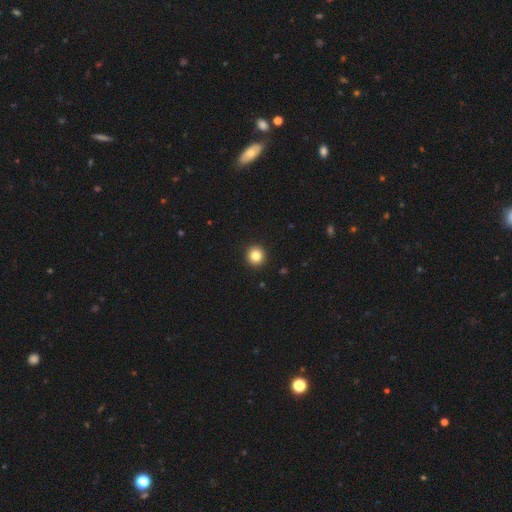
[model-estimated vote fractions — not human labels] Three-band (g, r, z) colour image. It shows a smooth galaxy with no disk features (84%) that is round (93%). Merging: none (93%).